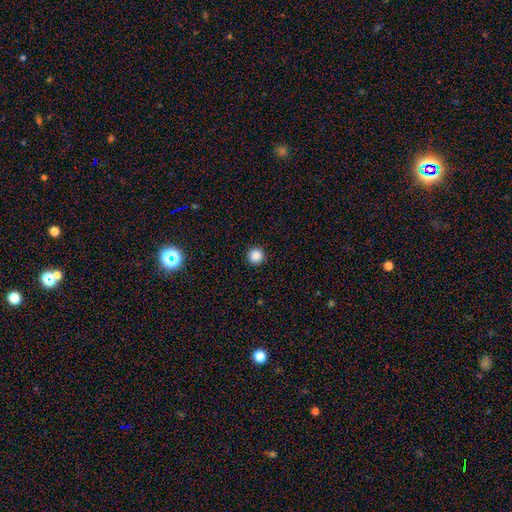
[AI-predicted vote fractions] smooth_or_featured: smooth (p=0.87) [alt: star or artifact p=0.10]
how_rounded: round (p=0.97) [alt: in between p=0.02]
merging: none (p=0.93) [alt: minor disturbance p=0.04]